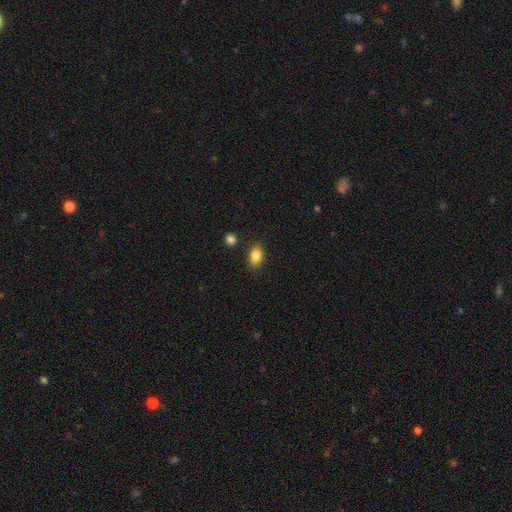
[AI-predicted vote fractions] smooth_or_featured: smooth (p=0.85) [alt: star or artifact p=0.08]
how_rounded: in between (p=0.88) [alt: round p=0.09]
merging: none (p=0.87) [alt: minor disturbance p=0.09]